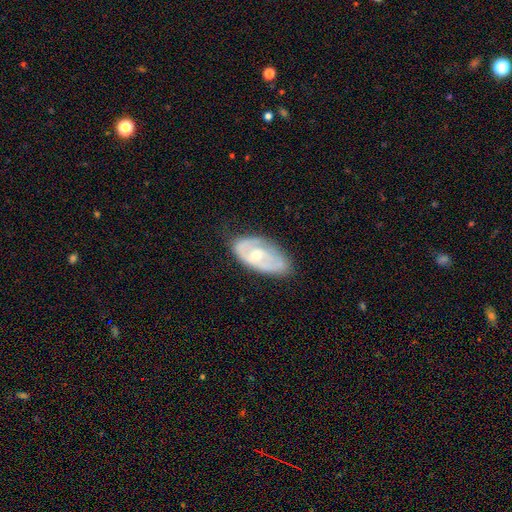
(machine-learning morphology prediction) Smooth or featured?
  - featured or disk: 60% *
  - smooth: 34%
  - star or artifact: 6%
Edge-on disk?
  - no: 93% *
  - yes: 7%
Bar?
  - no: 62% *
  - weak: 30%
  - strong: 8%
Spiral arms?
  - yes: 58% *
  - no: 42%
Bulge size?
  - moderate: 47% * (tied)
  - small: 47% * (tied)
  - none: 2%
  - large: 2%
  - dominant: 1%
Merging?
  - none: 59% *
  - minor disturbance: 29%
  - major disturbance: 9%
  - merger: 2%